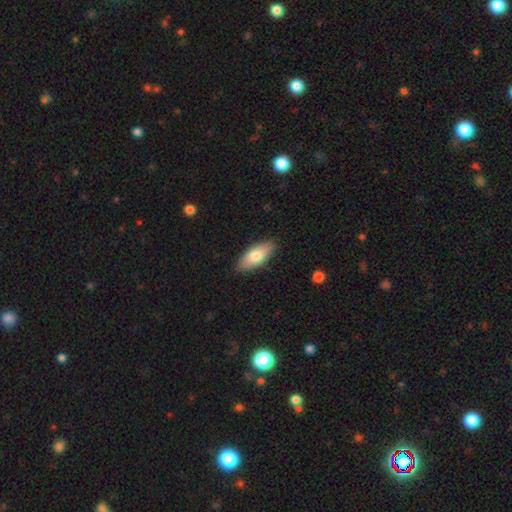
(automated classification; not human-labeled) This is likely a smooth galaxy (77%). How rounded: clearly in between (81%). Merging: clearly none (87%).